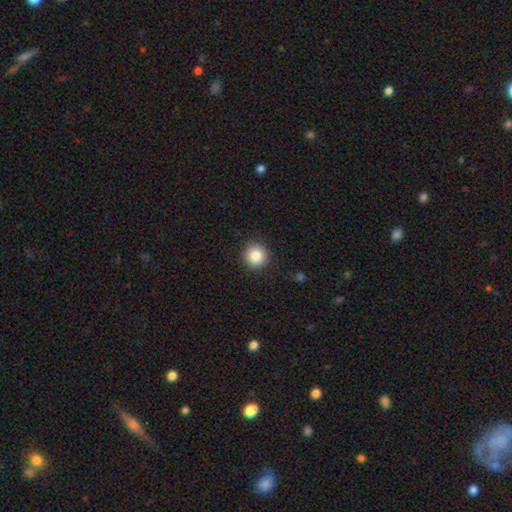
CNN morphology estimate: Smooth or featured: smooth — 86% (star or artifact — 9%)
How rounded: round — 94% (in between — 5%)
Merging: none — 91% (minor disturbance — 6%)